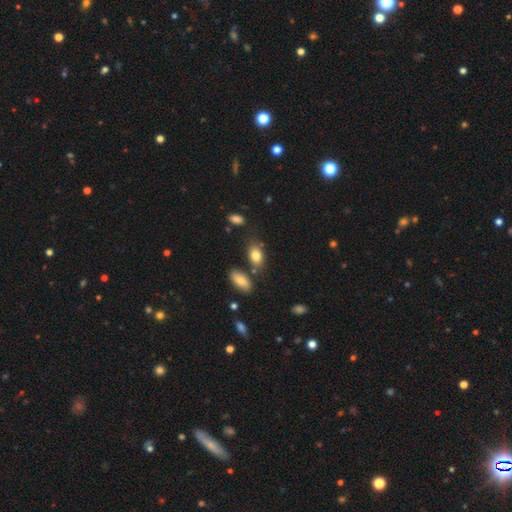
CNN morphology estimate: type=smooth (81%); roundness=in between (86%); merging=none (67%).